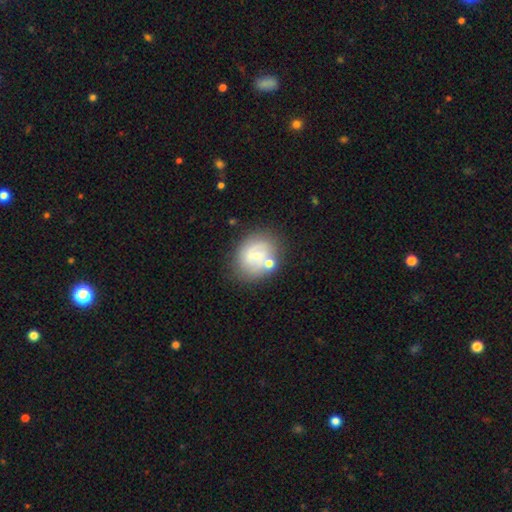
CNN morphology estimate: The model was most divided on "smooth or featured": smooth: 46%, featured or disk: 44%, star or artifact: 9%. More confident: merging — none (62%).